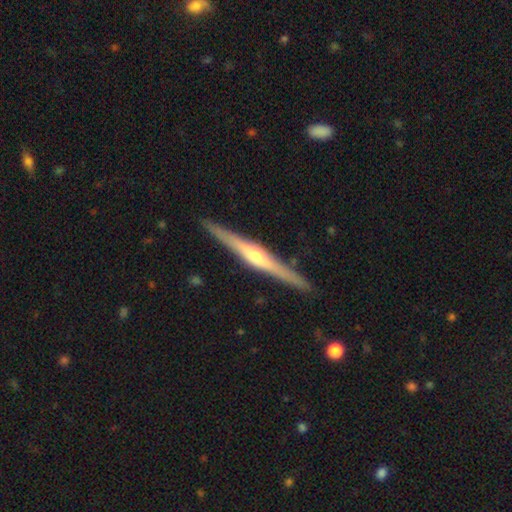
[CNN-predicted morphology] Smooth or featured? Predicted: featured or disk (p=0.82). Edge-on disk? Predicted: yes (p=0.98). Edge-on bulge? Predicted: rounded (p=0.84). Merging? Predicted: none (p=0.91).